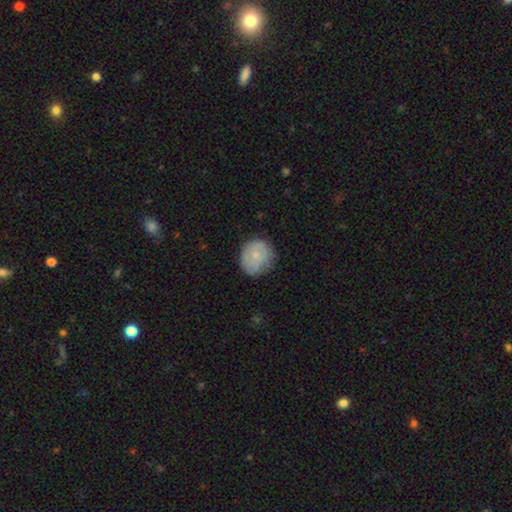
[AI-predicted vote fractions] smooth-or-featured: smooth: 70% | featured or disk: 23% | star or artifact: 7%
  how-rounded: round: 83% | in between: 16% | cigar-shaped: 1%
  merging: none: 74% | minor disturbance: 21% | major disturbance: 5% | merger: 1%